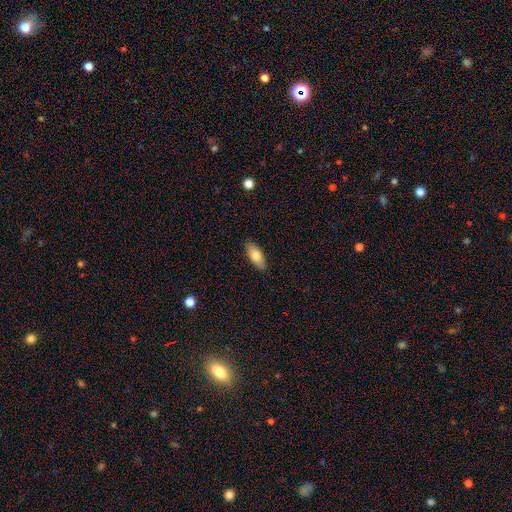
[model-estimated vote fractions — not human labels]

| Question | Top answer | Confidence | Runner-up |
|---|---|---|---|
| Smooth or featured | smooth | 76% | featured or disk (17%) |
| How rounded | in between | 83% | cigar-shaped (15%) |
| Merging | none | 88% | minor disturbance (10%) |